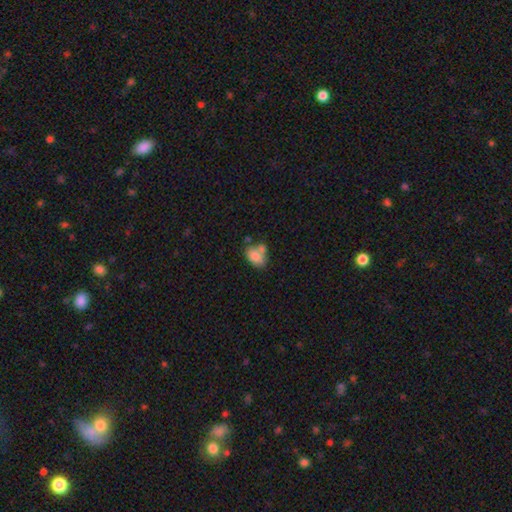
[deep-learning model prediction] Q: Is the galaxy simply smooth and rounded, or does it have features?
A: smooth — 80%.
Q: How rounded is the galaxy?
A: in between — 84%.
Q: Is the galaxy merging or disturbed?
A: none — 40%.